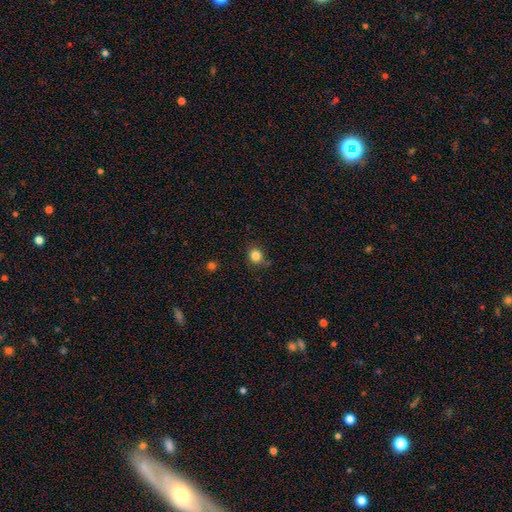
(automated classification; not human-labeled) This is clearly a smooth galaxy (83%). How rounded: clearly round (85%). Merging: likely none (77%).